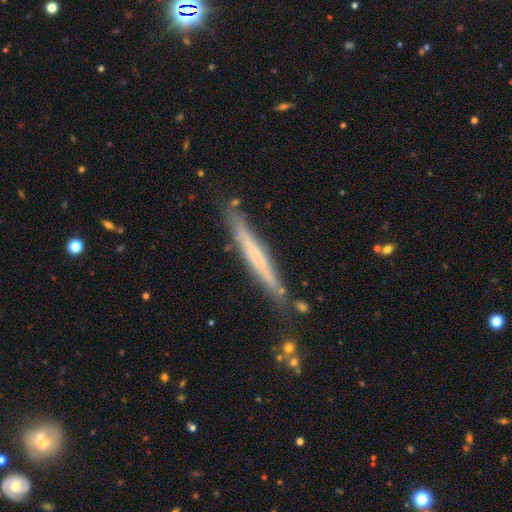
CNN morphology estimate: Q: Smooth or featured?
A: featured or disk (48%); runner-up: smooth (45%)
Q: Merging?
A: none (81%); runner-up: minor disturbance (14%)